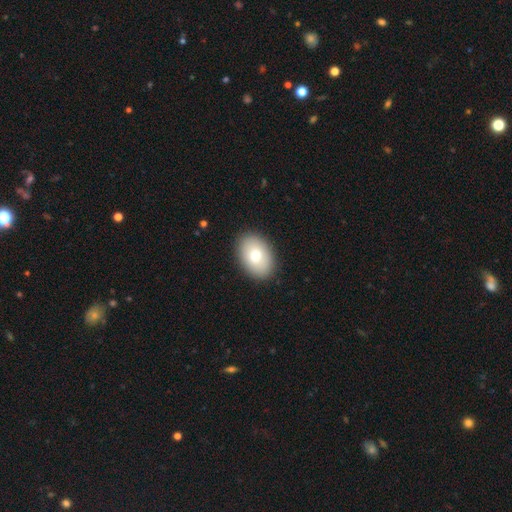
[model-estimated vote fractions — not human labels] A smooth galaxy with no disk features (76%) that is in between round and cigar-shaped (83%). Merging: none (90%).